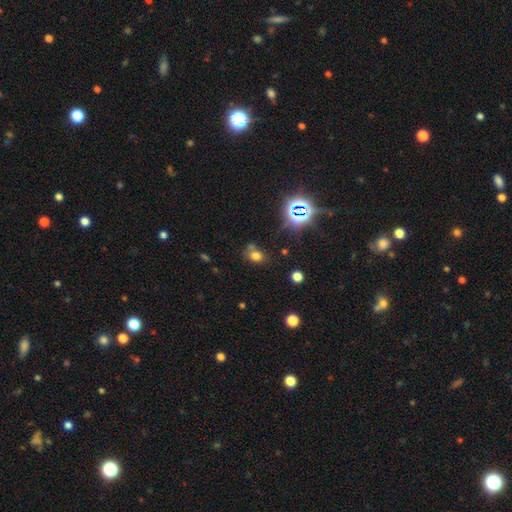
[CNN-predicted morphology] smooth-or-featured: smooth: 66% | star or artifact: 24% | featured or disk: 10%
  how-rounded: in between: 56% | round: 43% | cigar-shaped: 1%
  merging: none: 57% | merger: 19% | minor disturbance: 17% | major disturbance: 7%